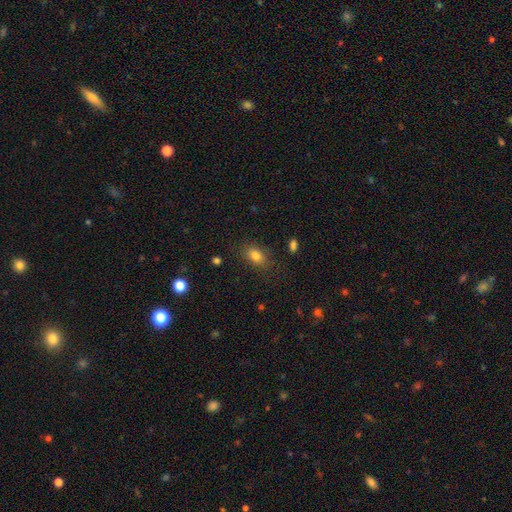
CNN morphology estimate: Smooth or featured? smooth (80%)
How rounded? in between (76%)
Merging? none (83%)